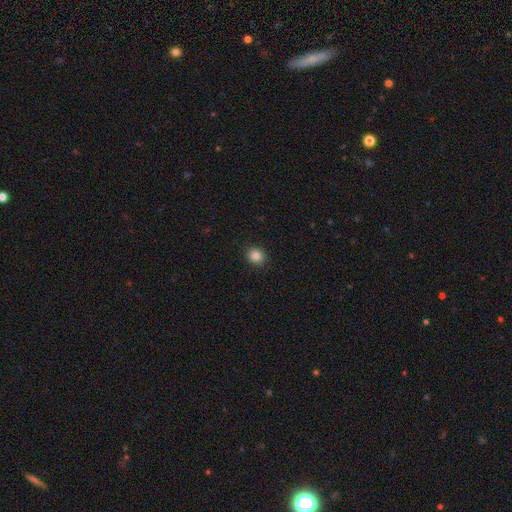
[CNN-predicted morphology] Q: Smooth or featured?
A: smooth (83%); runner-up: star or artifact (11%)
Q: How rounded?
A: round (83%); runner-up: in between (16%)
Q: Merging?
A: none (92%); runner-up: minor disturbance (6%)